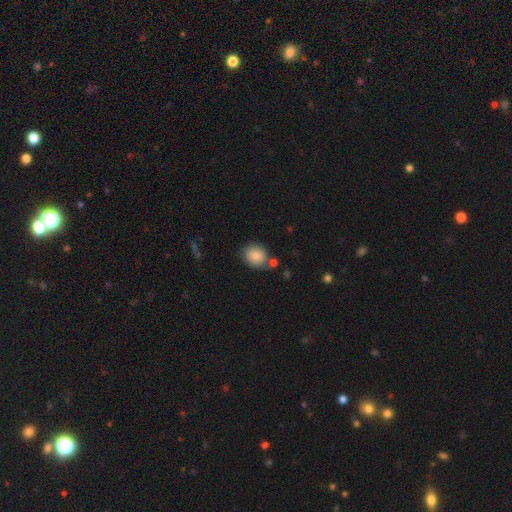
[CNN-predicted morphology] type=smooth (87%); roundness=round (67%); merging=none (69%).